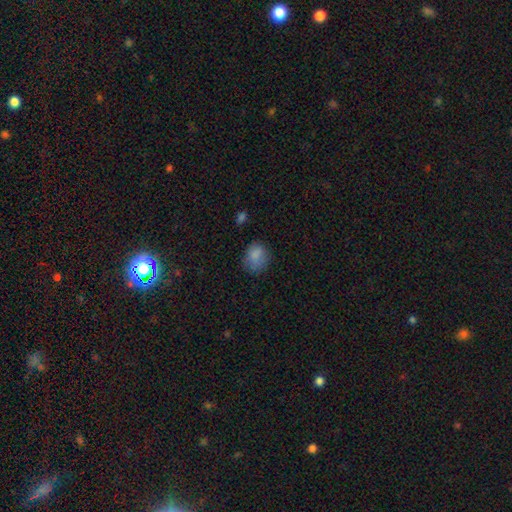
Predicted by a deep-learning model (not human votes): Smooth or featured: smooth — 83% (star or artifact — 10%)
How rounded: round — 58% (in between — 41%)
Merging: none — 70% (minor disturbance — 21%)